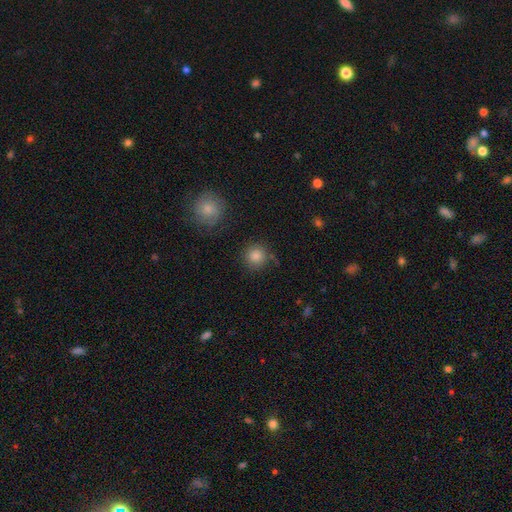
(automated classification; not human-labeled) A smooth galaxy with no disk features (83%) that is round (94%). Merging: none (81%).